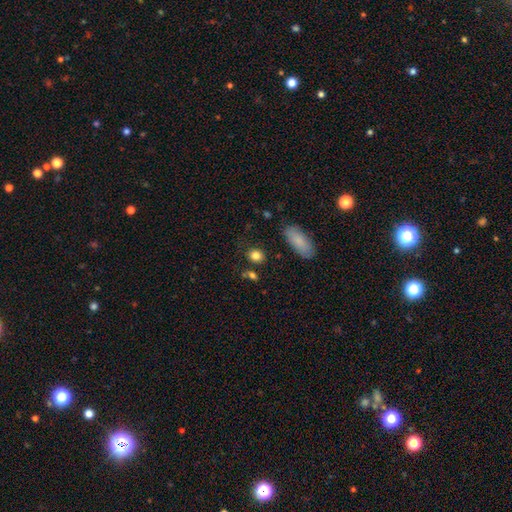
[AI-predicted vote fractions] Smooth or featured?
  - smooth: 83% *
  - star or artifact: 10%
  - featured or disk: 7%
How rounded?
  - round: 58% *
  - in between: 40%
  - cigar-shaped: 2%
Merging?
  - none: 79% *
  - minor disturbance: 12%
  - merger: 6%
  - major disturbance: 4%